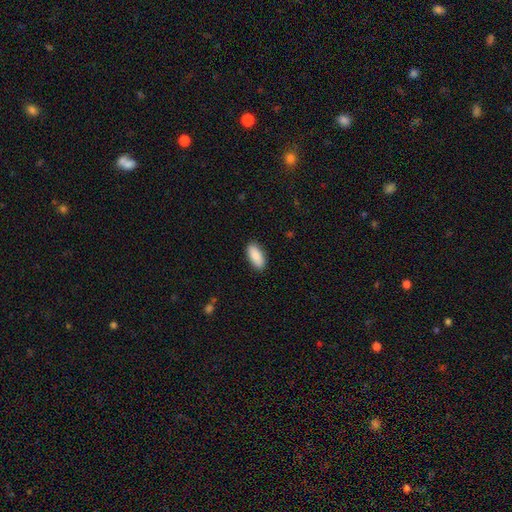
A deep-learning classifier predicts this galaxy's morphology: Smooth or featured? Predicted: smooth (p=0.89). How rounded? Predicted: in between (p=0.88). Merging? Predicted: none (p=0.89).